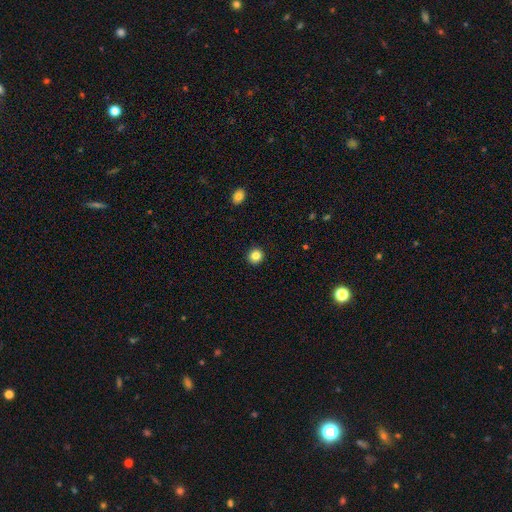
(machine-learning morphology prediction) Smooth or featured: smooth — 84% (star or artifact — 11%)
How rounded: round — 91% (in between — 8%)
Merging: none — 92% (minor disturbance — 5%)